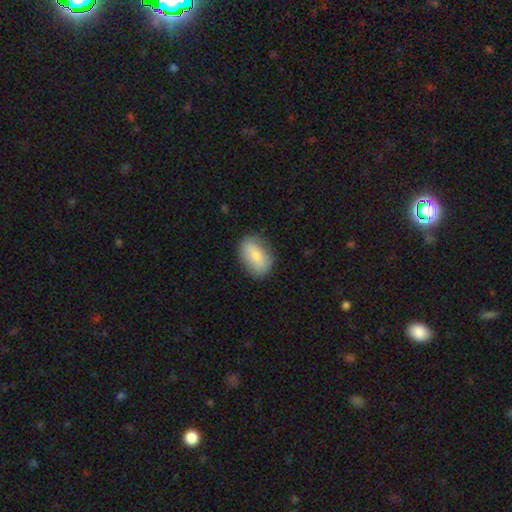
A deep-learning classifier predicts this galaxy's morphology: The model was most divided on "smooth or featured": smooth: 74%, featured or disk: 19%, star or artifact: 7%. More confident: how rounded — in between (86%); merging — none (79%).